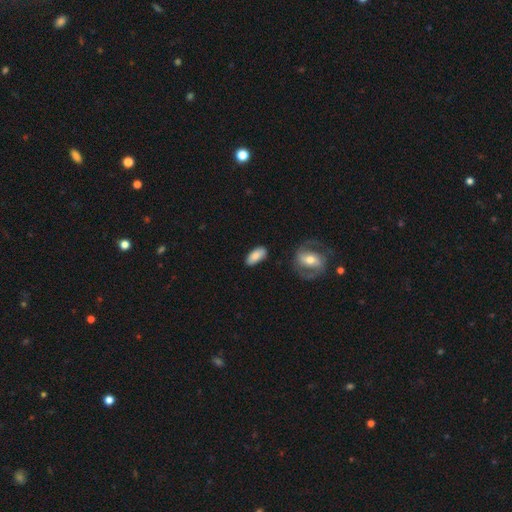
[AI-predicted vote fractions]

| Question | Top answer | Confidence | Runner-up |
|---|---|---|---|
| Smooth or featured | smooth | 78% | featured or disk (16%) |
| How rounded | in between | 88% | cigar-shaped (9%) |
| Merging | none | 81% | minor disturbance (13%) |